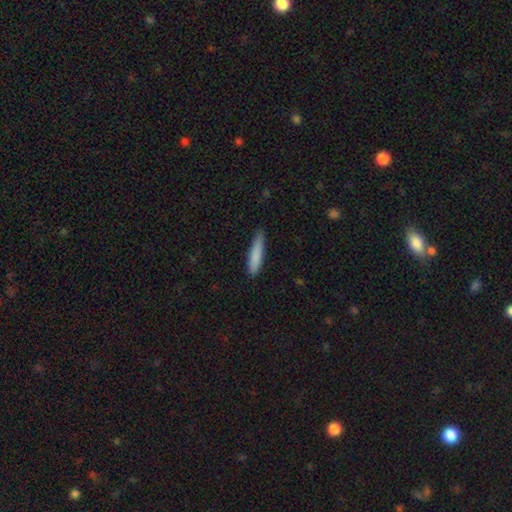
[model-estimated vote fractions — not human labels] smooth 84%, featured or disk 10%, star or artifact 6%. Down the decision tree: how rounded — cigar-shaped (86%); merging — none (79%).